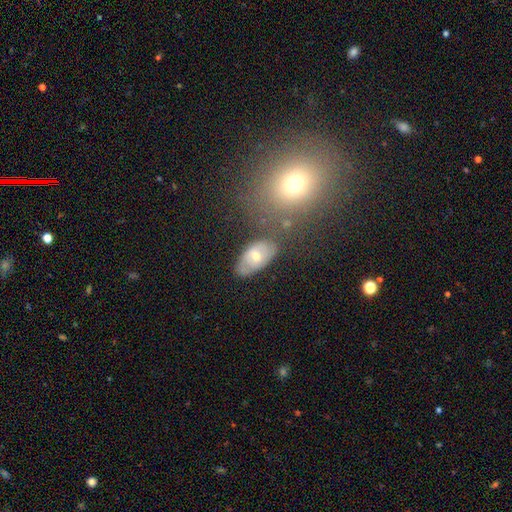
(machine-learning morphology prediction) This is possibly a smooth galaxy (47%). Merging: likely none (66%).